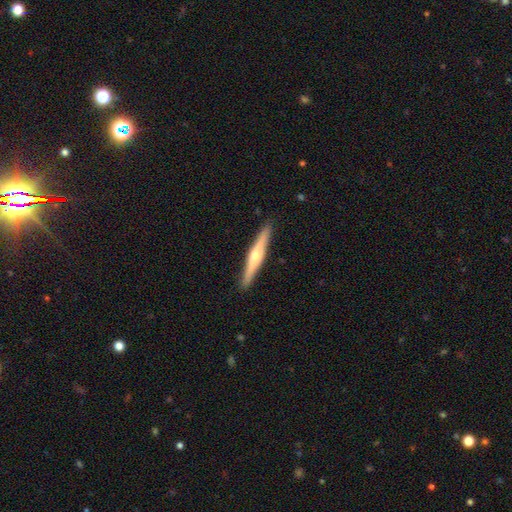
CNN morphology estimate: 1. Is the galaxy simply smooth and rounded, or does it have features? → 63% featured or disk, 32% smooth, 5% star or artifact.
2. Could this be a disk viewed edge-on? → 97% yes, 3% no.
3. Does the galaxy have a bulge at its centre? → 87% rounded, 8% none, 5% boxy.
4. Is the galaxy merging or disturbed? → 91% none, 6% minor disturbance, 1% major disturbance, 1% merger.